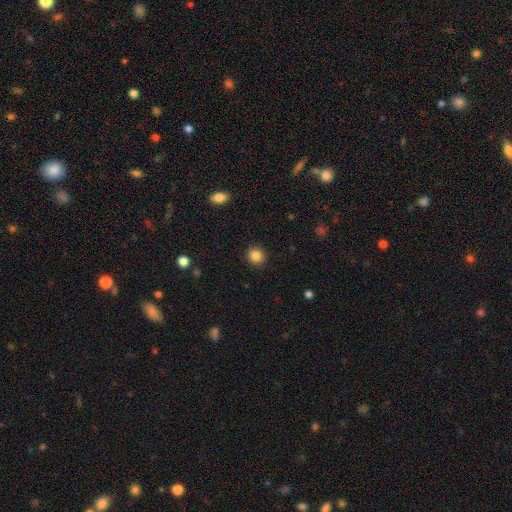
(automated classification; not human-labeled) smooth-or-featured: smooth: 85% | star or artifact: 11% | featured or disk: 5%
  how-rounded: round: 89% | in between: 10% | cigar-shaped: 1%
  merging: none: 91% | minor disturbance: 6% | major disturbance: 2% | merger: 1%